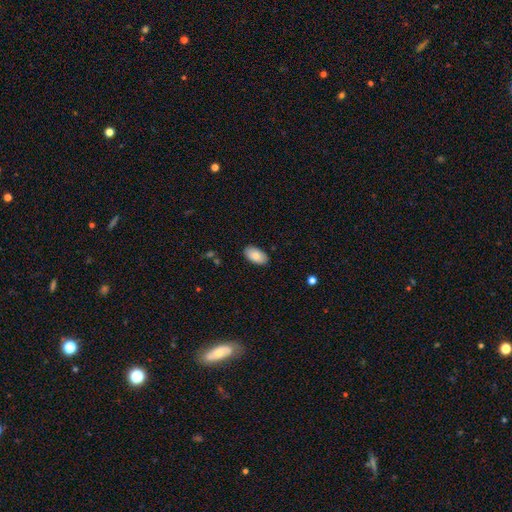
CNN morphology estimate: The model was most divided on "smooth or featured": smooth: 83%, featured or disk: 10%, star or artifact: 7%. More confident: how rounded — in between (95%); merging — none (88%).